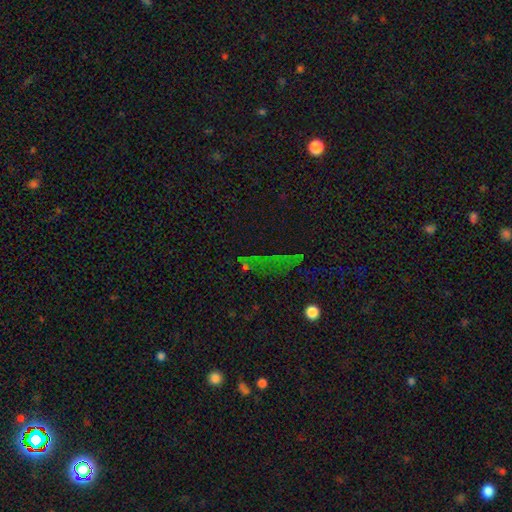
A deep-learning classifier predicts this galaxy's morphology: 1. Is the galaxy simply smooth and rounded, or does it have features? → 71% star or artifact, 17% smooth, 12% featured or disk.